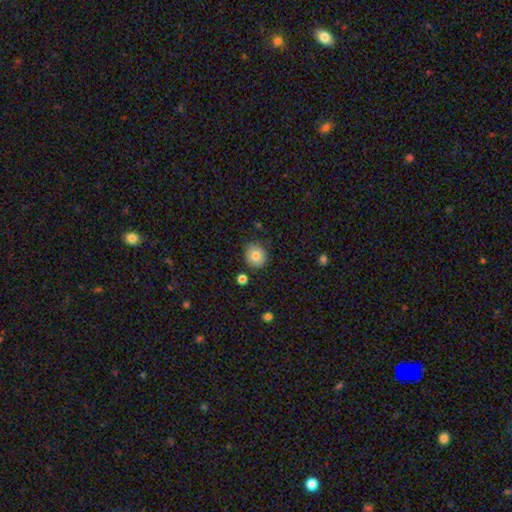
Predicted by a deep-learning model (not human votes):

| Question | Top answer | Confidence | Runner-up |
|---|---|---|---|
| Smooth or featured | smooth | 81% | featured or disk (10%) |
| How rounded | round | 79% | in between (21%) |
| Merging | none | 79% | minor disturbance (15%) |